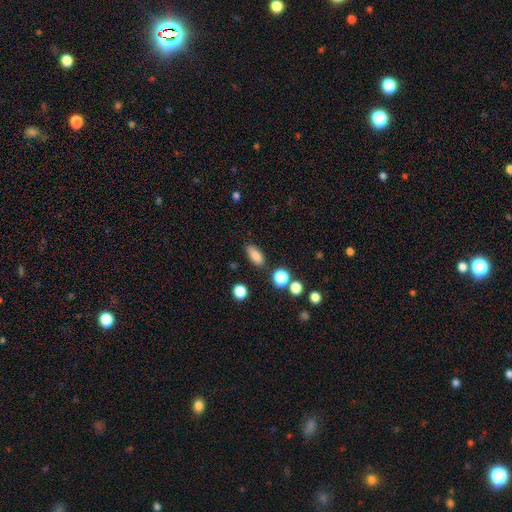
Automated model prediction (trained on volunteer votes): Smooth or featured? smooth (84%)
How rounded? in between (81%)
Merging? none (81%)